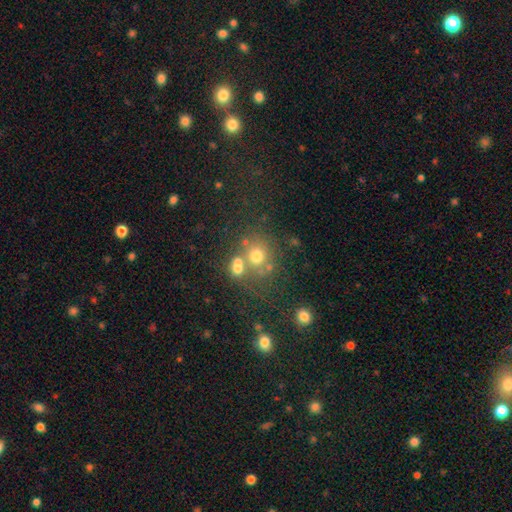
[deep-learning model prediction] This is likely a smooth galaxy (64%). How rounded: likely round (80%). Merging: possibly none (52%).